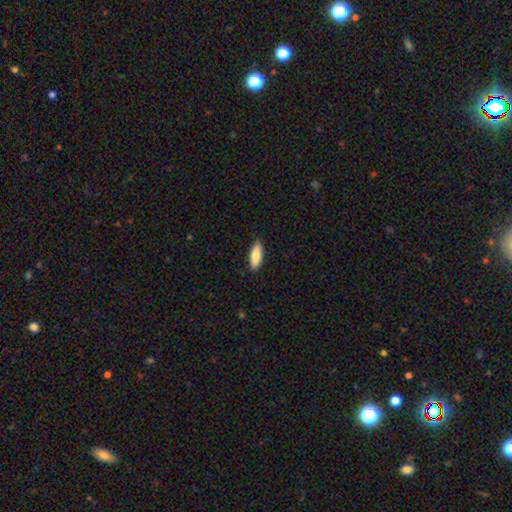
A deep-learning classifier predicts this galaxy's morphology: Smooth or featured?
  - smooth: 85% *
  - featured or disk: 9%
  - star or artifact: 6%
How rounded?
  - in between: 65% *
  - cigar-shaped: 33%
  - round: 2%
Merging?
  - none: 88% *
  - minor disturbance: 10%
  - major disturbance: 2%
  - merger: 1%